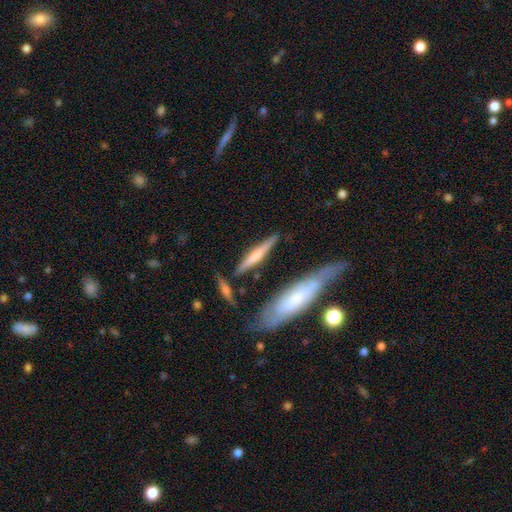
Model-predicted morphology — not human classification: Smooth or featured? Predicted: featured or disk (p=0.47, tied with smooth). Merging? Predicted: none (p=0.75).